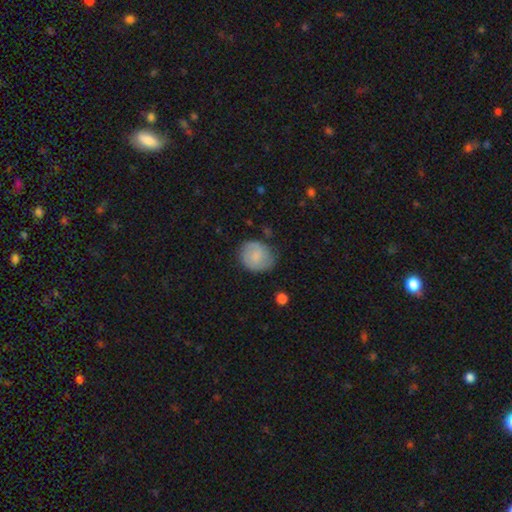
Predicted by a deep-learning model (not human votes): Morphology: type=smooth (69%); roundness=round (71%); merging=none (71%).